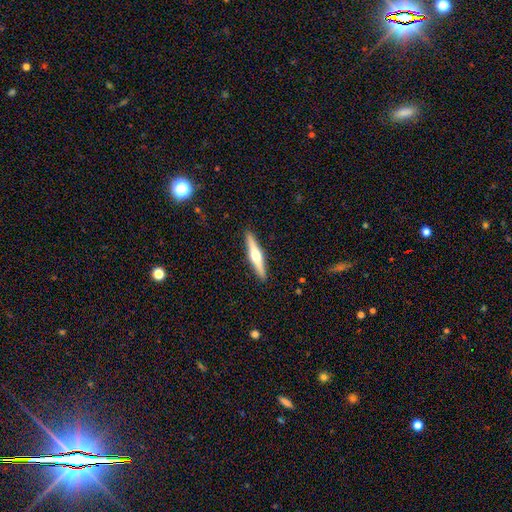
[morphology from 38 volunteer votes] type=featured or disk (82%); edge-on=yes (100%); edge-on bulge=rounded (100%); merging=none (92%).